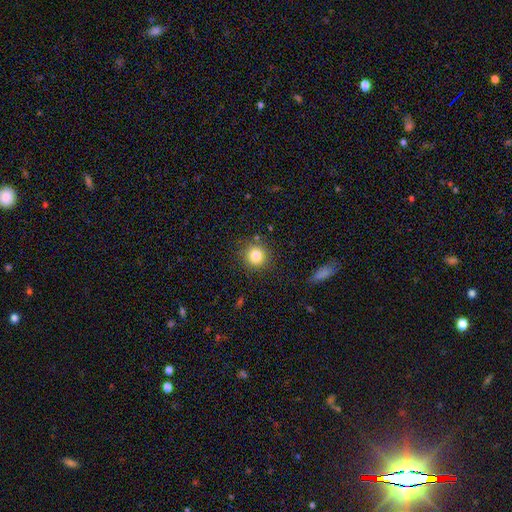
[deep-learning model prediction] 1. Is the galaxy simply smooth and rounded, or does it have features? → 83% smooth, 11% star or artifact, 6% featured or disk.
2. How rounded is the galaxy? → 89% round, 10% in between, 1% cigar-shaped.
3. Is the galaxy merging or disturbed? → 85% none, 10% minor disturbance, 3% major disturbance, 3% merger.